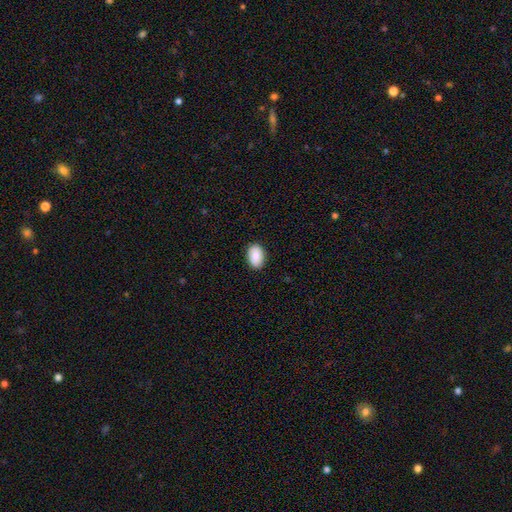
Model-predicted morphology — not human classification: This appears to be a smooth galaxy with no disk features (83%) that is in between round and cigar-shaped (85%). Merging: none (88%).